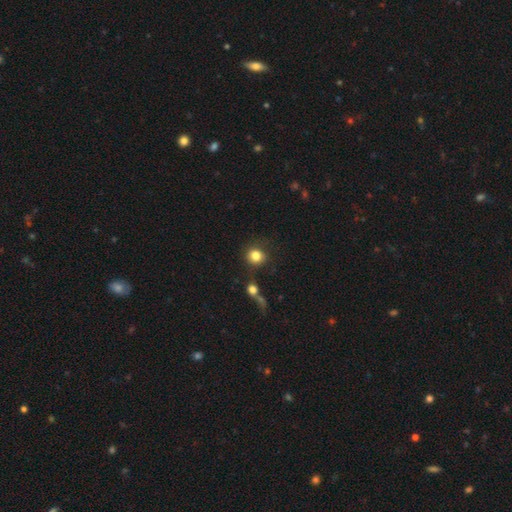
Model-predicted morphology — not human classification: type=smooth (82%); roundness=round (87%); merging=none (73%).